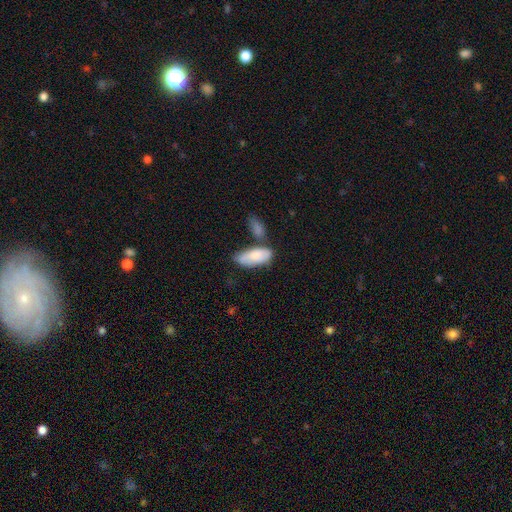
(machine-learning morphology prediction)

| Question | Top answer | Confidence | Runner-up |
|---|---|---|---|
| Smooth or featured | smooth | 79% | featured or disk (16%) |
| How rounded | in between | 85% | cigar-shaped (13%) |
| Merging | none | 44% | merger (24%) |